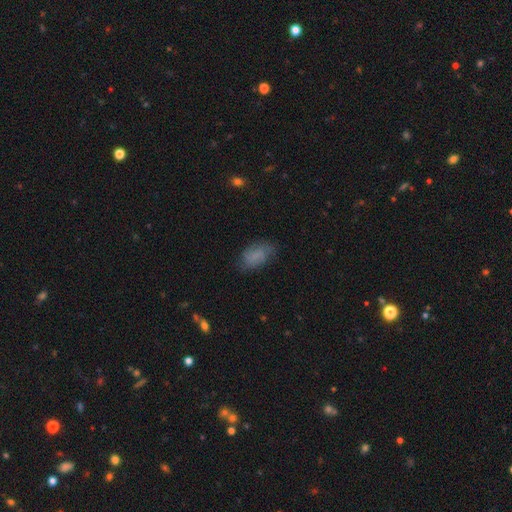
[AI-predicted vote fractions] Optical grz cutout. It shows a smooth galaxy with no disk features (76%) that is in between round and cigar-shaped (91%). Merging: none (69%).